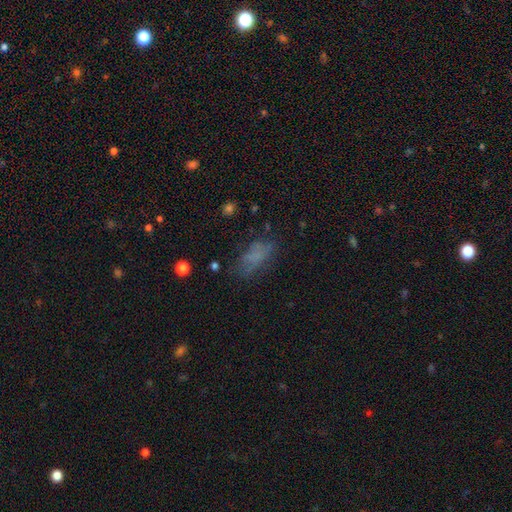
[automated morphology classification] smooth-or-featured: smooth: 63% | featured or disk: 20% | star or artifact: 16%
  how-rounded: in between: 82% | cigar-shaped: 13% | round: 5%
  merging: none: 60% | minor disturbance: 23% | major disturbance: 15% | merger: 3%